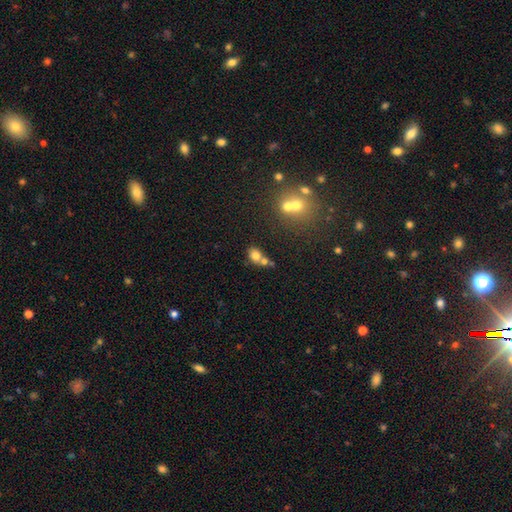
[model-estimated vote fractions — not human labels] Smooth or featured: smooth — 74% (featured or disk — 14%)
How rounded: in between — 51% (round — 48%)
Merging: merger — 45% (none — 39%)